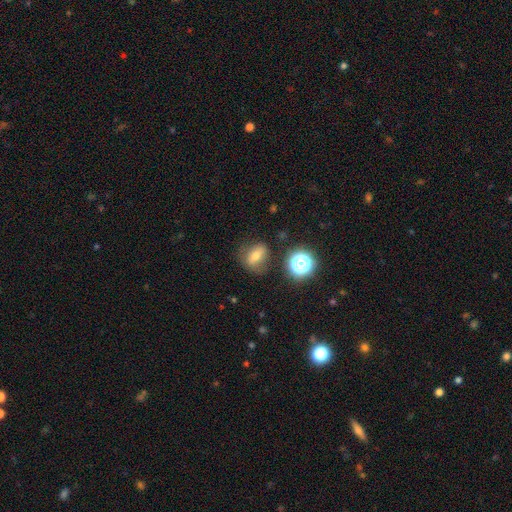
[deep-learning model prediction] Overall: smooth (57%; featured or disk 25%). How rounded: in between (55%; round 41%). Merging: none (69%).